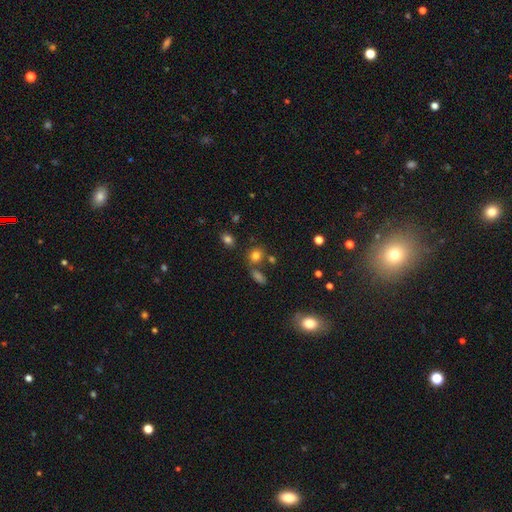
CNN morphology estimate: This appears to be a smooth galaxy with no disk features (77%) that is round (59%). Merging: none (66%).